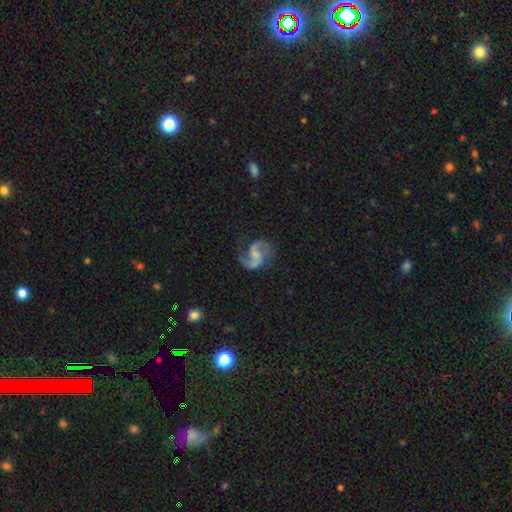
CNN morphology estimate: A featured or disk galaxy (89%) with a weak bar (45%), 2 (93%) medium (51%) spiral arms (97%) and no central bulge (43%). Merging: none (71%).